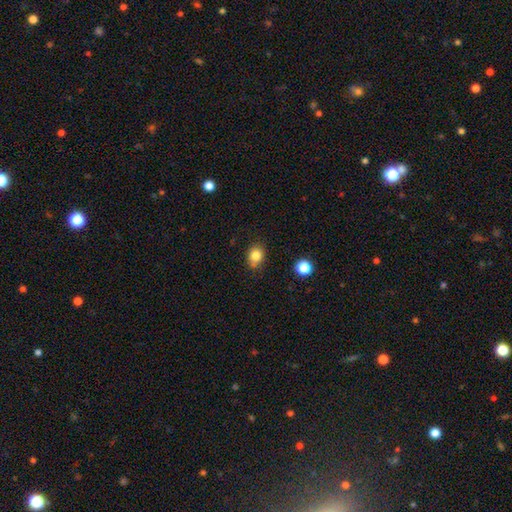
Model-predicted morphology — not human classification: Smooth or featured? Predicted: smooth (p=0.82). How rounded? Predicted: round (p=0.64). Merging? Predicted: none (p=0.75).